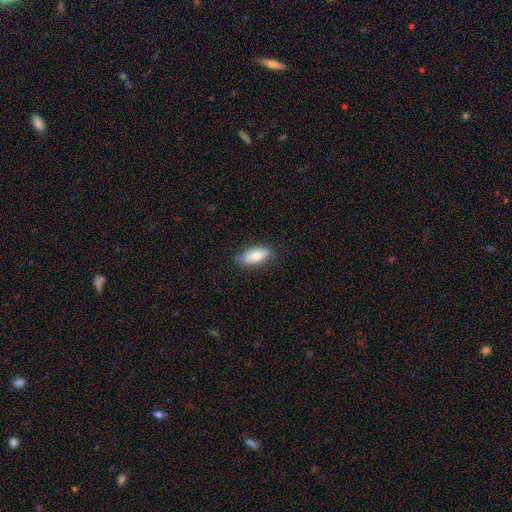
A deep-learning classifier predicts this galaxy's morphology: Overall: smooth (80%). How rounded: in between (85%). Merging: none (80%).